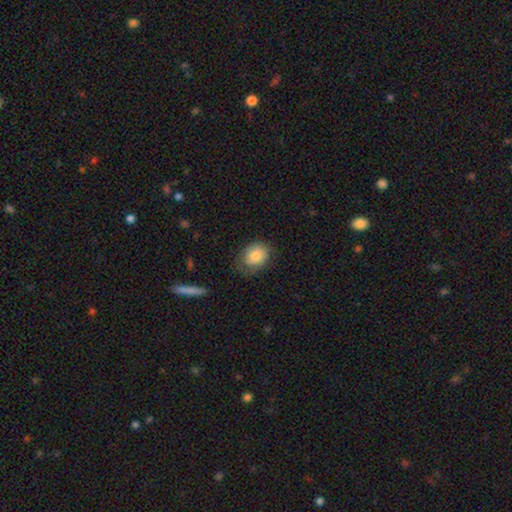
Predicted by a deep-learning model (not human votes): This is clearly a smooth galaxy (80%). How rounded: possibly in between (57%). Merging: likely none (63%).